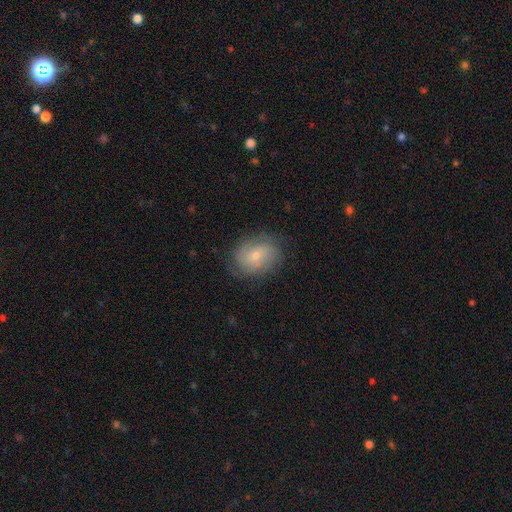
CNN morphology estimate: A featured or disk galaxy (51%).

Vote fractions:
- Smooth or featured? featured or disk: 51% / smooth: 40% / star or artifact: 9%
- Edge-on disk? no: 96% / yes: 4%
- Merging? none: 76% / minor disturbance: 17% / major disturbance: 7% / merger: 1%